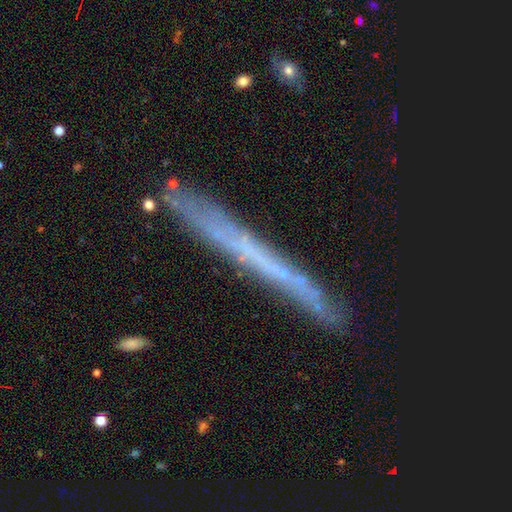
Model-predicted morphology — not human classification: Smooth or featured?
  - featured or disk: 48% *
  - smooth: 34%
  - star or artifact: 18%
Merging?
  - none: 82% *
  - minor disturbance: 13%
  - major disturbance: 3%
  - merger: 2%